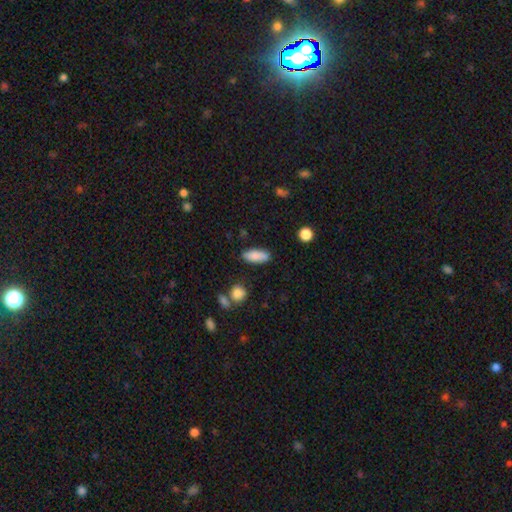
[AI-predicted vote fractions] A smooth galaxy with no disk features (85%) that is in between round and cigar-shaped (76%). Merging: none (80%).